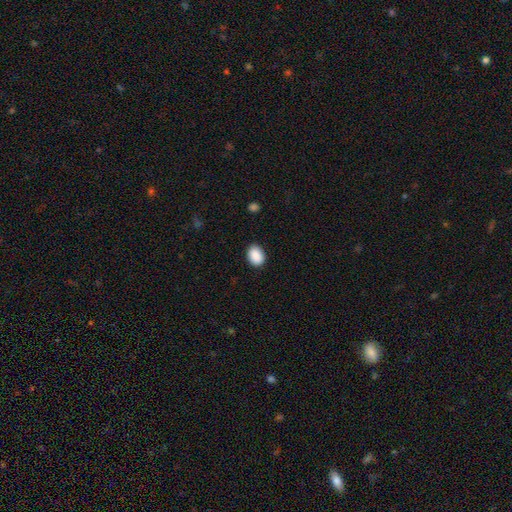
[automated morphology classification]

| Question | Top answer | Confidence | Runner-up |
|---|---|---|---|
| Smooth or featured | smooth | 90% | star or artifact (7%) |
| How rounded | in between | 70% | round (29%) |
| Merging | none | 88% | minor disturbance (9%) |